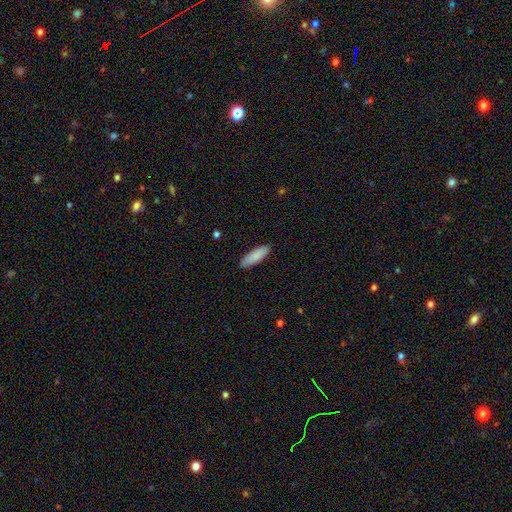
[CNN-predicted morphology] This appears to be a smooth galaxy with no disk features (88%) that is in between round and cigar-shaped (50%). Merging: none (90%).